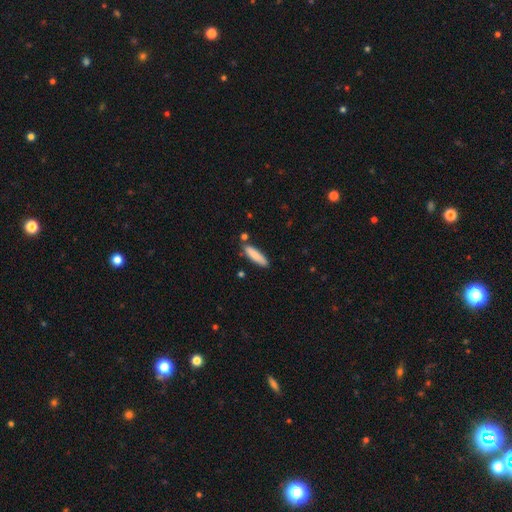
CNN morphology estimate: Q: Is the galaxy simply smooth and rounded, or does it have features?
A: smooth — 84%.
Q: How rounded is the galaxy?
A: cigar-shaped — 73%.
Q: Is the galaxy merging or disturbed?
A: none — 80%.